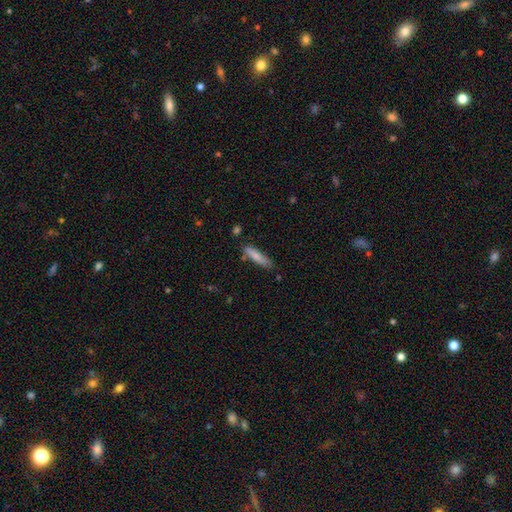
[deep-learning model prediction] Q: Smooth or featured?
A: smooth (78%); runner-up: featured or disk (16%)
Q: How rounded?
A: cigar-shaped (78%); runner-up: in between (20%)
Q: Merging?
A: none (75%); runner-up: minor disturbance (18%)